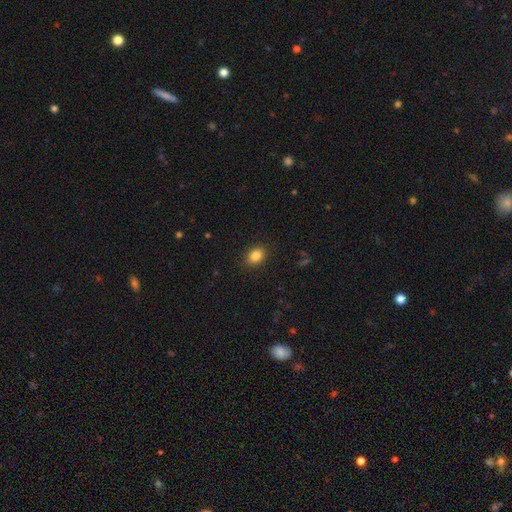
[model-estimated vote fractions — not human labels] Smooth or featured? smooth (85%)
How rounded? in between (68%)
Merging? none (88%)